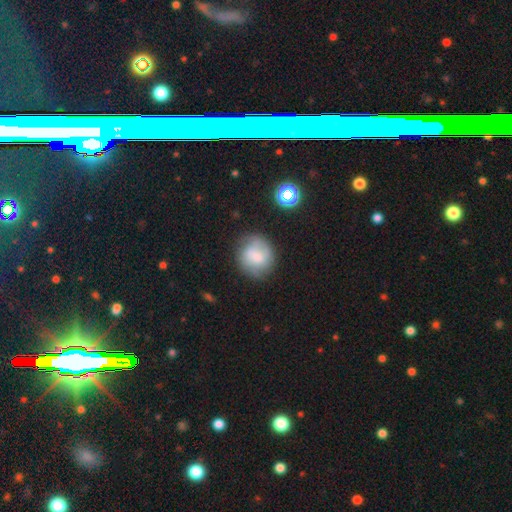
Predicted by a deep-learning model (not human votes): A smooth galaxy with no disk features (58%) that is round (79%).

Vote fractions:
- Smooth or featured? smooth: 58% / featured or disk: 32% / star or artifact: 10%
- How rounded? round: 79% / in between: 20% / cigar-shaped: 1%
- Merging? none: 66% / minor disturbance: 22% / major disturbance: 9% / merger: 3%